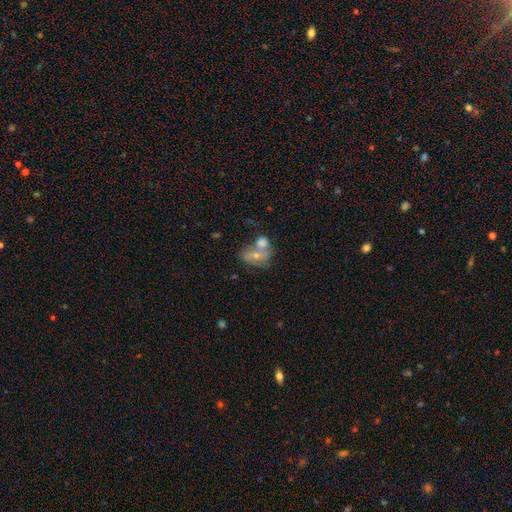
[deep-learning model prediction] smooth 53%, featured or disk 36%, star or artifact 11%. Down the decision tree: how rounded — in between (61%); merging — merger (54%).